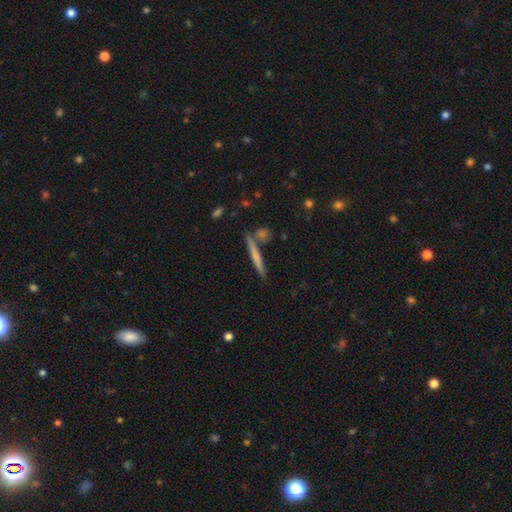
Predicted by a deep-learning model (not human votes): This is possibly a smooth galaxy (55%). How rounded: clearly cigar-shaped (95%). Merging: clearly none (84%).